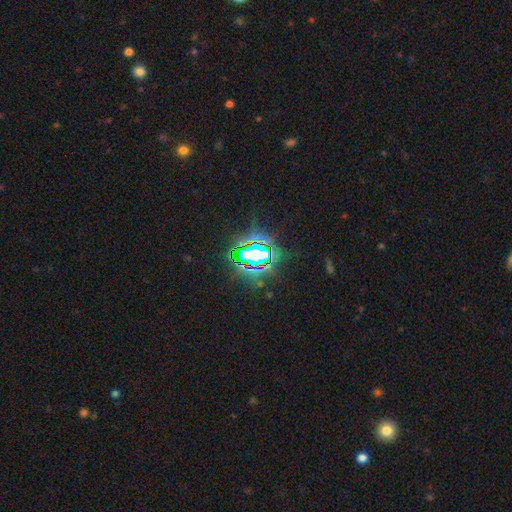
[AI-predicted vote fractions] smooth_or_featured: star or artifact (p=0.79) [alt: smooth p=0.11]